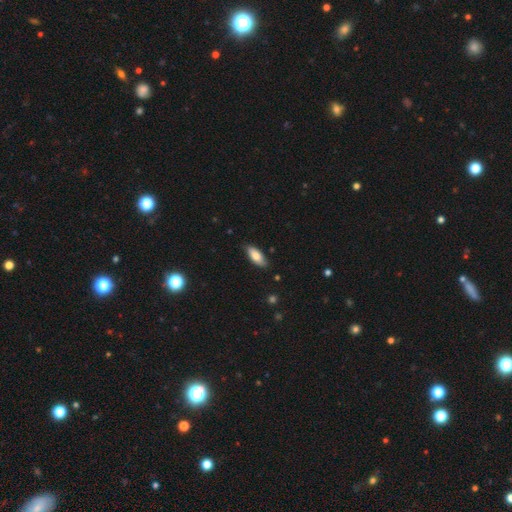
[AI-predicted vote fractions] A smooth galaxy with no disk features (80%) that is in between round and cigar-shaped (83%). Merging: none (82%).